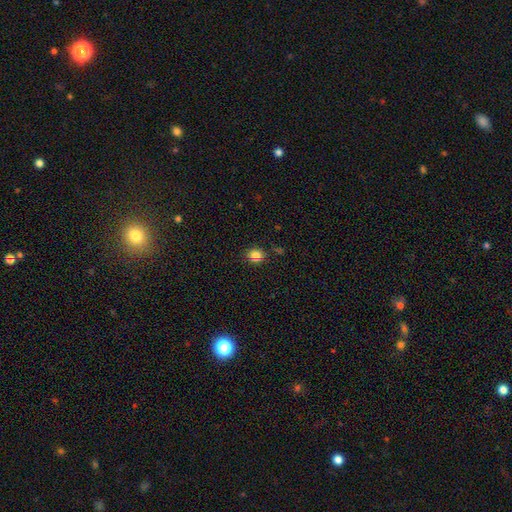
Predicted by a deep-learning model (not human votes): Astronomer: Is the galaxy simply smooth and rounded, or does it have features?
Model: smooth — 82%.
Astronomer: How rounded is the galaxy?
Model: round — 75%.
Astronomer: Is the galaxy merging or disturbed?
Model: none — 83%.